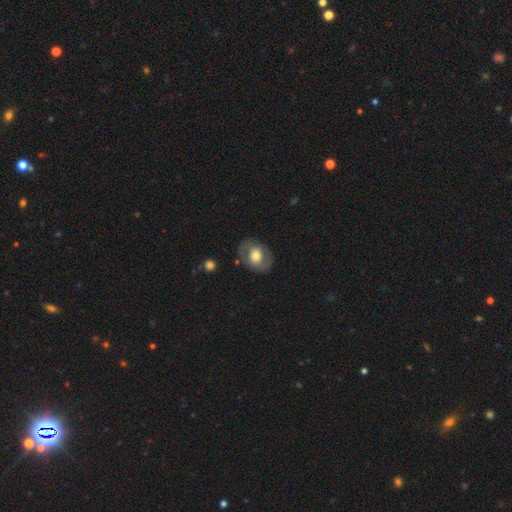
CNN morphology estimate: type=smooth (49%); merging=none (76%).